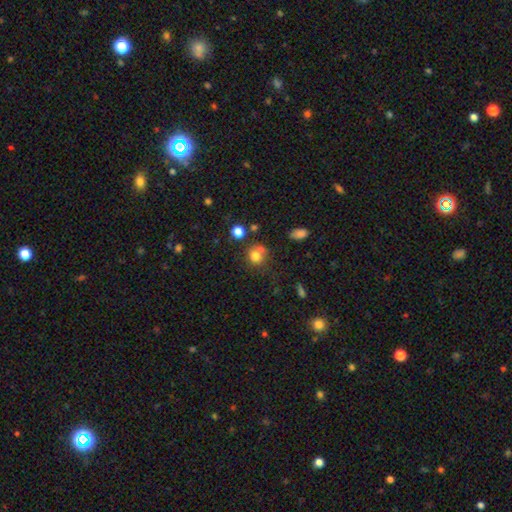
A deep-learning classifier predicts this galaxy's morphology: A smooth galaxy with no disk features (76%) that is round (82%).

Vote fractions:
- Smooth or featured? smooth: 76% / star or artifact: 14% / featured or disk: 10%
- How rounded? round: 82% / in between: 17% / cigar-shaped: 1%
- Merging? none: 56% / merger: 22% / minor disturbance: 15% / major disturbance: 7%